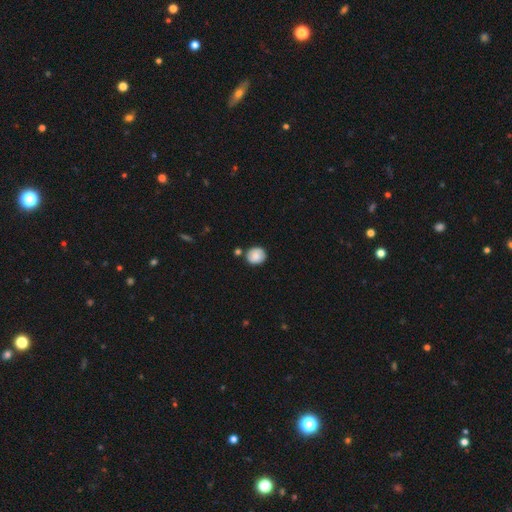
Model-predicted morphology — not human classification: Smooth or featured?
  - smooth: 83% *
  - featured or disk: 10%
  - star or artifact: 8%
How rounded?
  - round: 78% *
  - in between: 21%
  - cigar-shaped: 1%
Merging?
  - none: 74% *
  - minor disturbance: 14%
  - merger: 9%
  - major disturbance: 3%